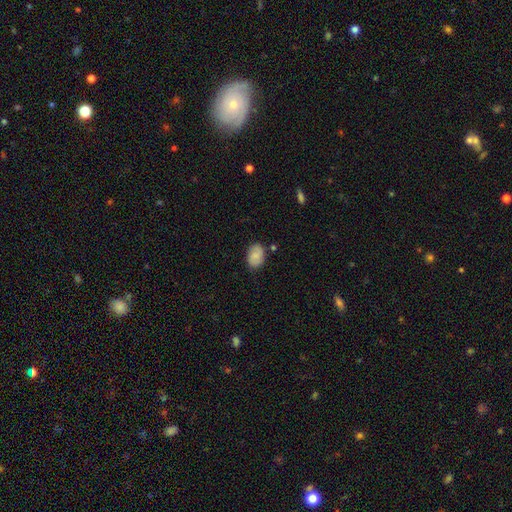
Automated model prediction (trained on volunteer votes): smooth_or_featured: smooth (p=0.79) [alt: featured or disk p=0.14]
how_rounded: in between (p=0.84) [alt: round p=0.15]
merging: none (p=0.78) [alt: minor disturbance p=0.16]